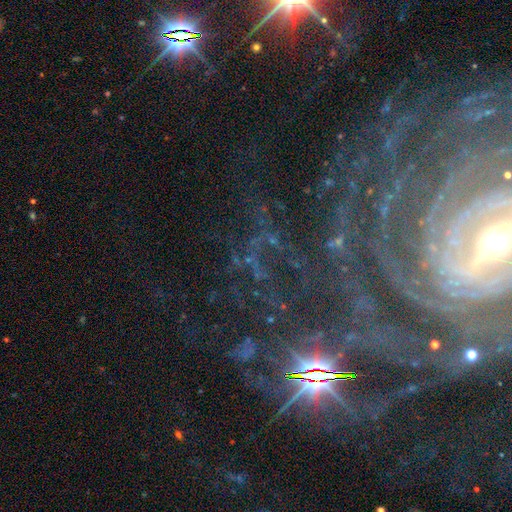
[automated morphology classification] smooth_or_featured: featured or disk (p=0.74) [alt: star or artifact p=0.18]
disk_edge_on: no (p=0.93) [alt: yes p=0.07]
bar: strong (p=0.41) [alt: weak p=0.30]
has_spiral_arms: yes (p=0.93) [alt: no p=0.07]
spiral_winding: tight (p=0.74) [alt: medium p=0.19]
spiral_arm_count: can't tell (p=0.29) [alt: more than 4 p=0.17]
bulge_size: small (p=0.54) [alt: moderate p=0.36]
merging: none (p=0.70) [alt: minor disturbance p=0.13]